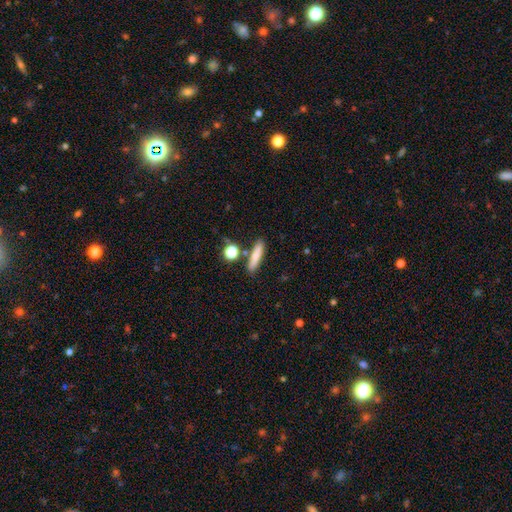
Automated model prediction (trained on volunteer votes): Smooth or featured? Predicted: smooth (p=0.77). How rounded? Predicted: cigar-shaped (p=0.79). Merging? Predicted: none (p=0.80).